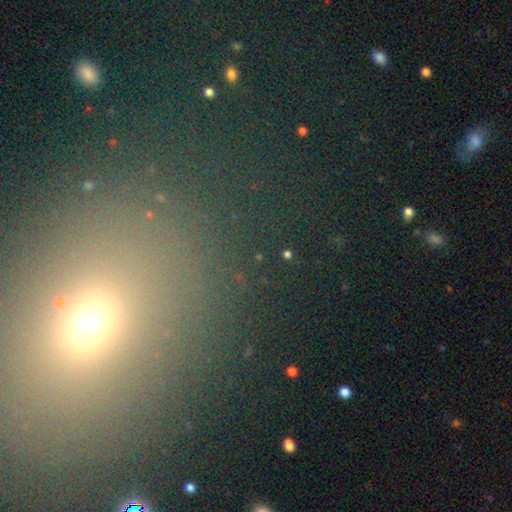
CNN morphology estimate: The model was most divided on "smooth or featured": star or artifact: 61%, smooth: 27%, featured or disk: 12%.